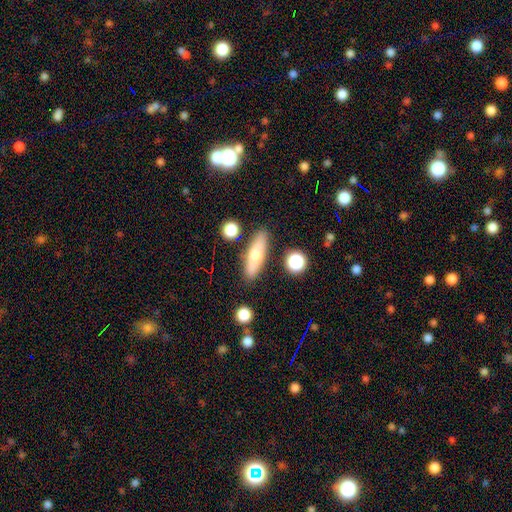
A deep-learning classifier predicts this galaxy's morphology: smooth_or_featured: smooth (p=0.58) [alt: featured or disk p=0.33]
how_rounded: cigar-shaped (p=0.64) [alt: in between p=0.33]
merging: none (p=0.86) [alt: minor disturbance p=0.09]